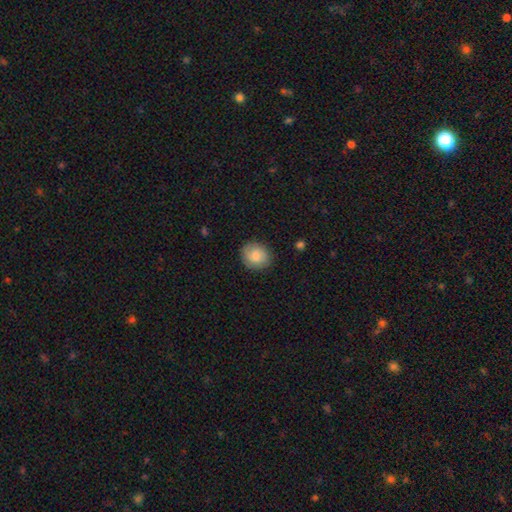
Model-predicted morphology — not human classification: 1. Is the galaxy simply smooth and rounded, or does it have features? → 78% smooth, 15% featured or disk, 7% star or artifact.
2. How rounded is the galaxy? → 72% round, 27% in between, 1% cigar-shaped.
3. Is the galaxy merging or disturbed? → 85% none, 11% minor disturbance, 3% major disturbance, 1% merger.